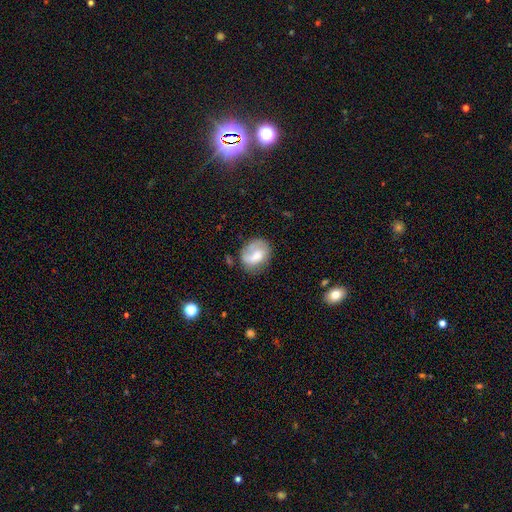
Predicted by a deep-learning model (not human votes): Morphology: type=smooth (53%); roundness=round (54%); merging=none (57%).